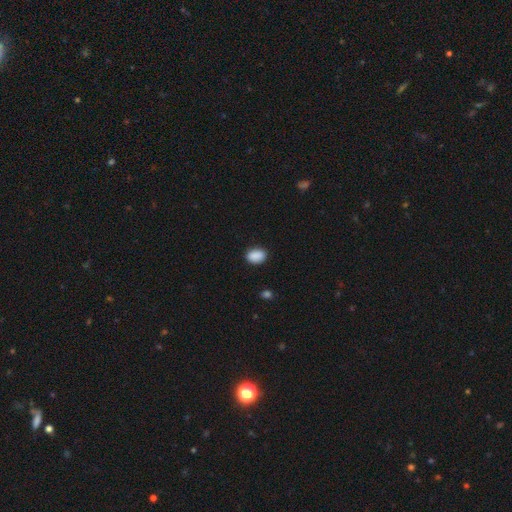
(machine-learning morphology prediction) Smooth or featured? Predicted: smooth (p=0.89). How rounded? Predicted: in between (p=0.77). Merging? Predicted: none (p=0.85).